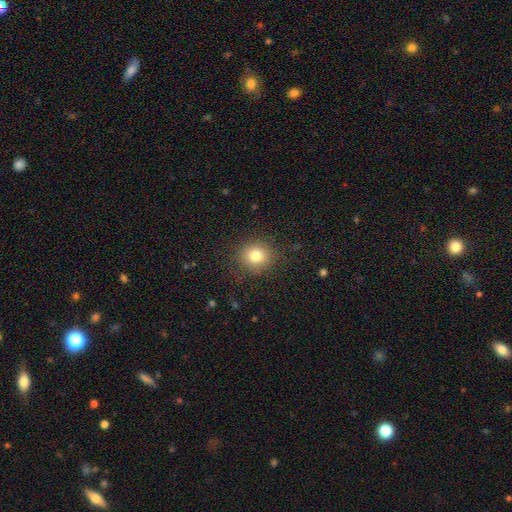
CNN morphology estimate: smooth_or_featured: smooth (p=0.79) [alt: star or artifact p=0.12]
how_rounded: round (p=0.84) [alt: in between p=0.15]
merging: none (p=0.87) [alt: minor disturbance p=0.08]